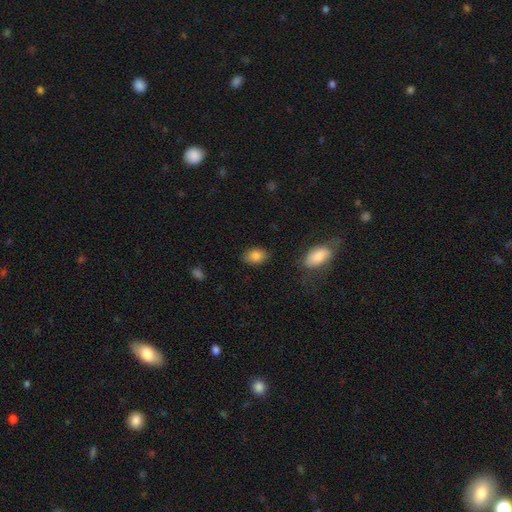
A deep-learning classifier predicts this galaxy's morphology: smooth_or_featured: smooth (p=0.85) [alt: star or artifact p=0.08]
how_rounded: in between (p=0.83) [alt: round p=0.15]
merging: none (p=0.83) [alt: minor disturbance p=0.12]